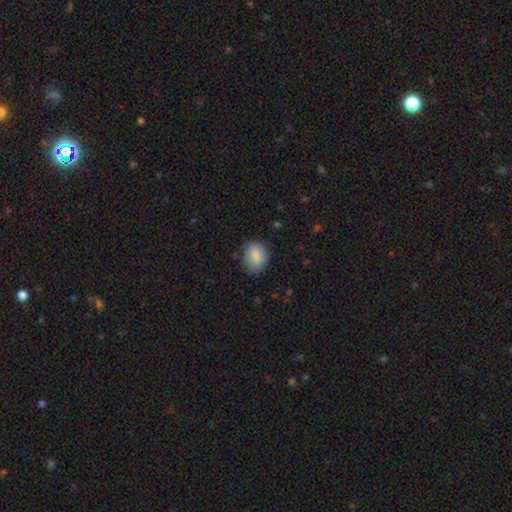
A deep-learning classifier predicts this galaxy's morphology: smooth 86%, star or artifact 7%, featured or disk 6%. Down the decision tree: how rounded — in between (54%); merging — none (76%).